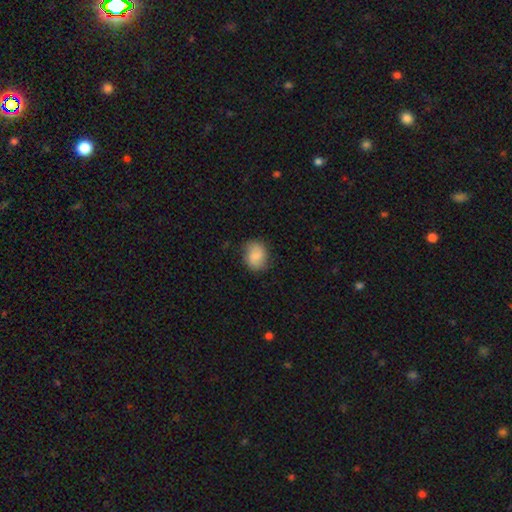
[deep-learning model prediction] smooth_or_featured: smooth (p=0.76) [alt: featured or disk p=0.16]
how_rounded: round (p=0.56) [alt: in between p=0.43]
merging: none (p=0.75) [alt: minor disturbance p=0.19]